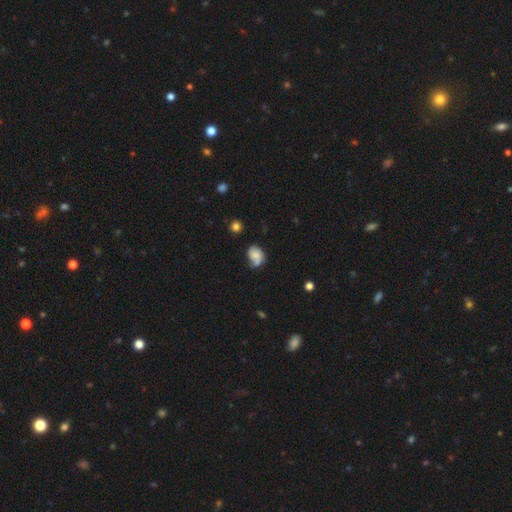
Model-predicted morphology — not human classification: Smooth or featured: smooth — 59% (featured or disk — 31%)
How rounded: in between — 63% (round — 35%)
Merging: none — 41% (minor disturbance — 28%)